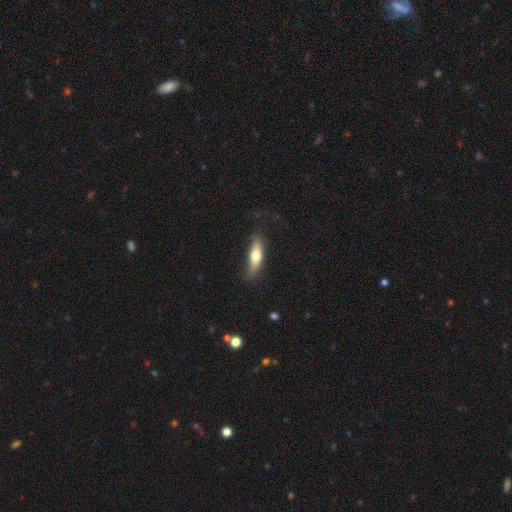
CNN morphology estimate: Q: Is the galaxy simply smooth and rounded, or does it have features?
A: smooth — 67%.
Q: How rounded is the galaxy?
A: cigar-shaped — 53%.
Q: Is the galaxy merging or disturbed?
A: none — 70%.